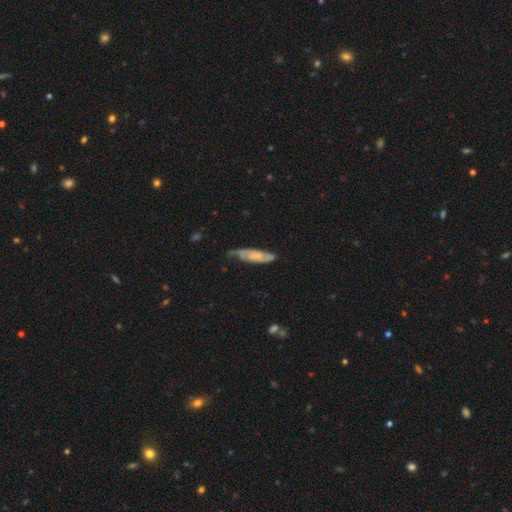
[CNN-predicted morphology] smooth-or-featured: featured or disk: 56% | smooth: 37% | star or artifact: 7%
  disk-edge-on: no: 73% | yes: 27%
  merging: none: 58% | minor disturbance: 29% | major disturbance: 10% | merger: 3%